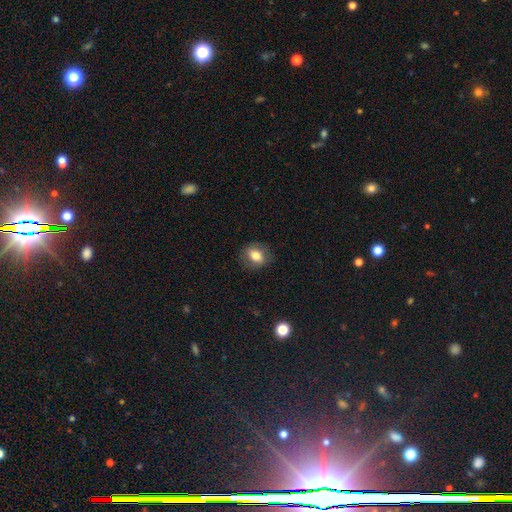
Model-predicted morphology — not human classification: smooth-or-featured: smooth: 74% | featured or disk: 16% | star or artifact: 9%
  how-rounded: in between: 53% | round: 45% | cigar-shaped: 1%
  merging: none: 83% | minor disturbance: 12% | major disturbance: 4% | merger: 1%